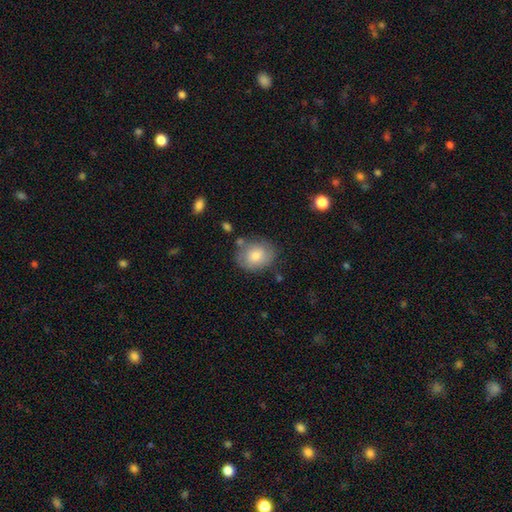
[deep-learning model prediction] smooth_or_featured: smooth (p=0.76) [alt: featured or disk p=0.17]
how_rounded: round (p=0.51) [alt: in between p=0.48]
merging: none (p=0.69) [alt: minor disturbance p=0.20]